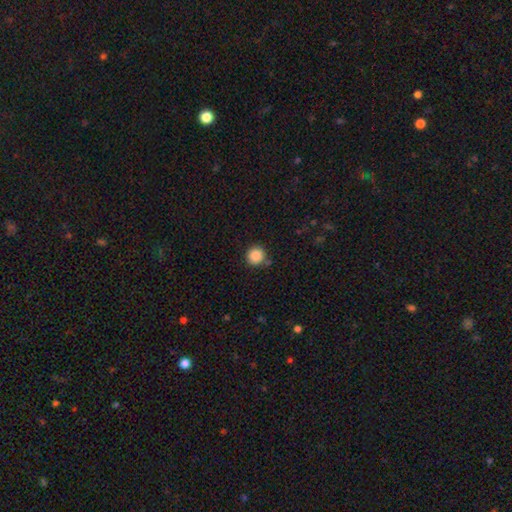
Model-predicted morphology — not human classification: Smooth or featured? Predicted: smooth (p=0.87). How rounded? Predicted: round (p=0.95). Merging? Predicted: none (p=0.85).